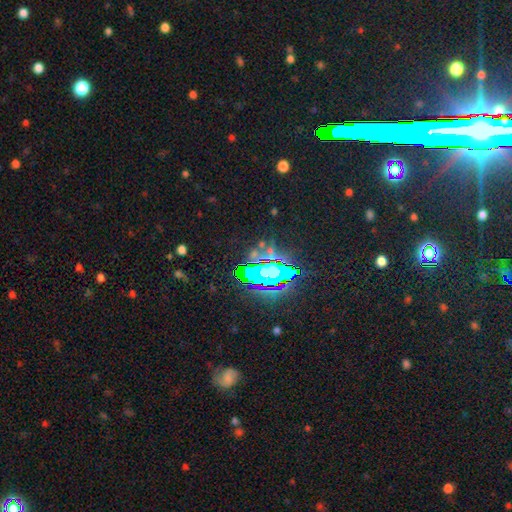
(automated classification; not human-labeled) smooth-or-featured: star or artifact: 74% | smooth: 14% | featured or disk: 12%